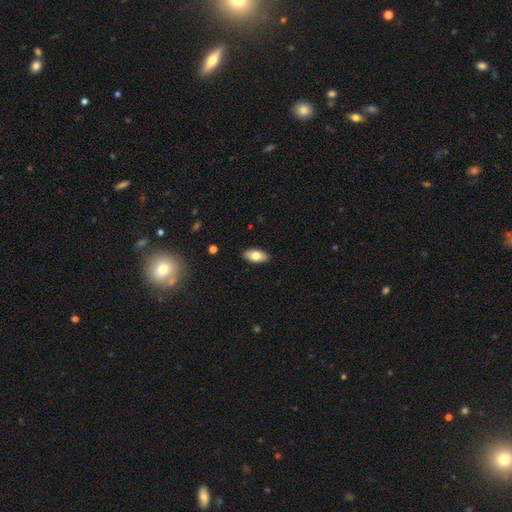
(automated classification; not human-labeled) smooth-or-featured: smooth: 76% | featured or disk: 18% | star or artifact: 7%
  how-rounded: in between: 90% | cigar-shaped: 7% | round: 3%
  merging: none: 89% | minor disturbance: 8% | major disturbance: 2% | merger: 1%